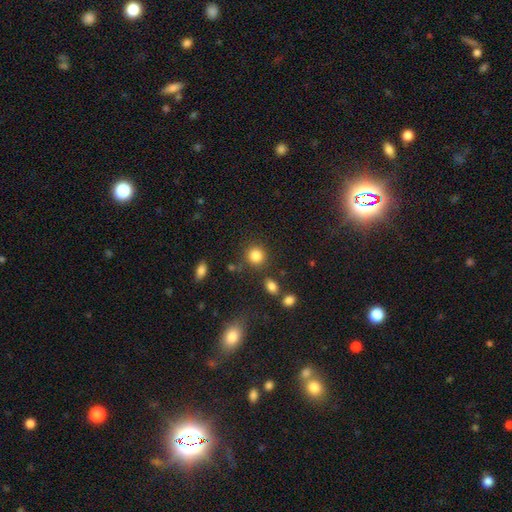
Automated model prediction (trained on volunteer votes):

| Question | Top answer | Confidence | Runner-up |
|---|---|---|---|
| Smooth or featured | smooth | 84% | star or artifact (11%) |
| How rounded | round | 87% | in between (12%) |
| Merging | none | 81% | minor disturbance (9%) |